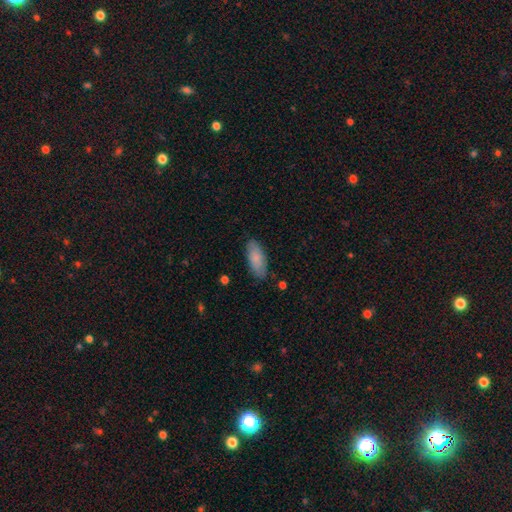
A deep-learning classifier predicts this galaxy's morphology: smooth-or-featured: smooth: 84% | featured or disk: 10% | star or artifact: 6%
  how-rounded: in between: 82% | cigar-shaped: 16% | round: 2%
  merging: none: 83% | minor disturbance: 13% | major disturbance: 3% | merger: 1%